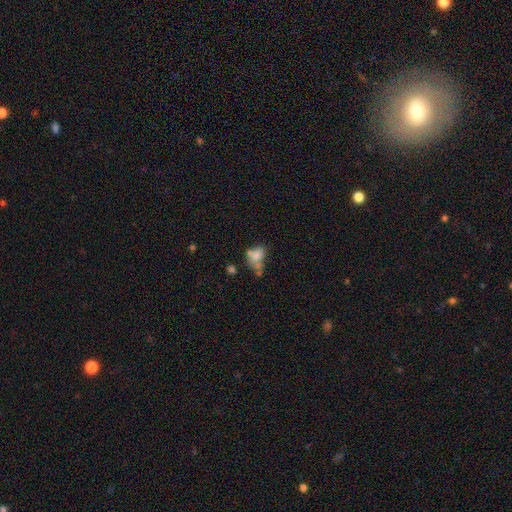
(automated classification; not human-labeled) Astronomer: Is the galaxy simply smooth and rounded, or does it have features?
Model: smooth — 67%.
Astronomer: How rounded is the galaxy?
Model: in between — 68%.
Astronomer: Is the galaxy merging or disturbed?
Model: merger — 40% (runner-up: none, 24%).